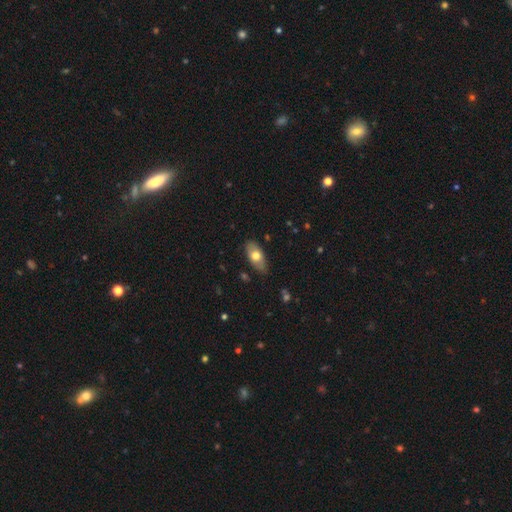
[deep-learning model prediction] Smooth or featured? Predicted: smooth (p=0.67). How rounded? Predicted: in between (p=0.89). Merging? Predicted: none (p=0.79).